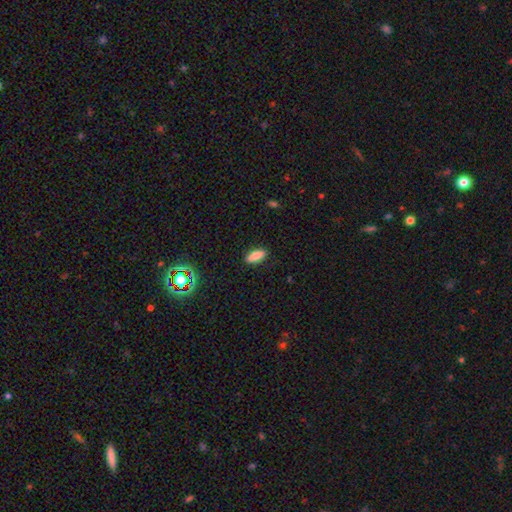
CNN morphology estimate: smooth 81%, featured or disk 10%, star or artifact 9%. Down the decision tree: how rounded — in between (72%); merging — none (88%).